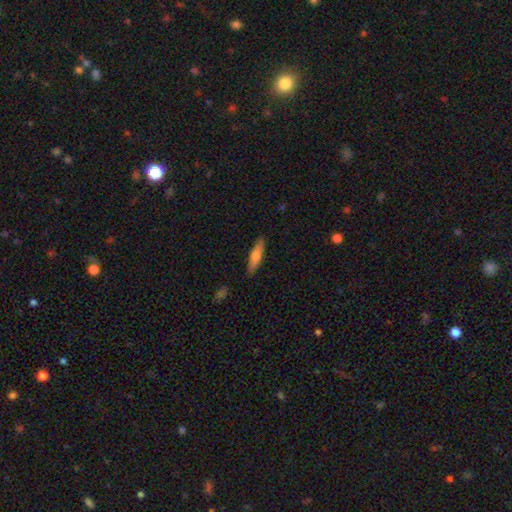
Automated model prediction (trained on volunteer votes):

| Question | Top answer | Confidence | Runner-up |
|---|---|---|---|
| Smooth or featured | smooth | 63% | featured or disk (31%) |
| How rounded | cigar-shaped | 72% | in between (26%) |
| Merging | none | 87% | minor disturbance (10%) |